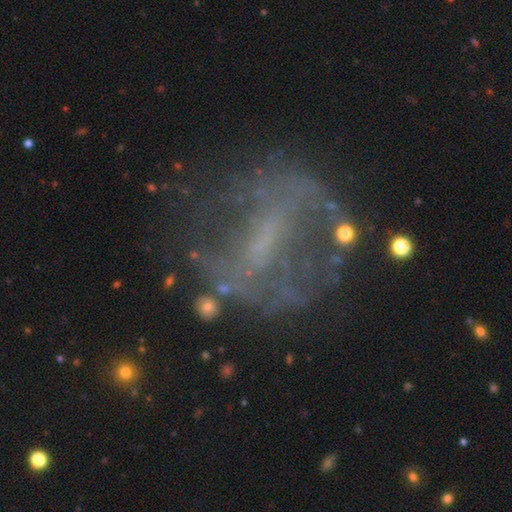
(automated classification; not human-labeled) A featured or disk galaxy (71%) with a weak bar (40%), spiral arms (63%) and no central bulge (42%).

Vote fractions:
- Smooth or featured? featured or disk: 71% / star or artifact: 15% / smooth: 14%
- Edge-on disk? no: 97% / yes: 3%
- Bar? weak: 40% / no: 38% / strong: 23%
- Spiral arms? yes: 63% / no: 37%
- Bulge size? none: 42% / small: 39% / moderate: 15% / large: 3% / dominant: 1%
- Merging? none: 54% / major disturbance: 23% / minor disturbance: 19% / merger: 4%